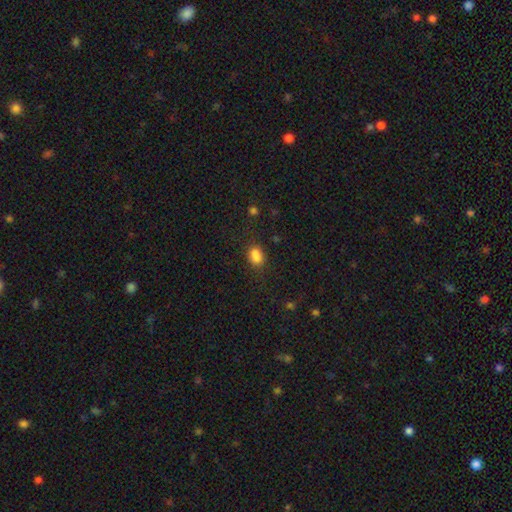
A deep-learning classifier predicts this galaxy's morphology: Smooth or featured? smooth (82%)
How rounded? in between (71%)
Merging? none (66%)